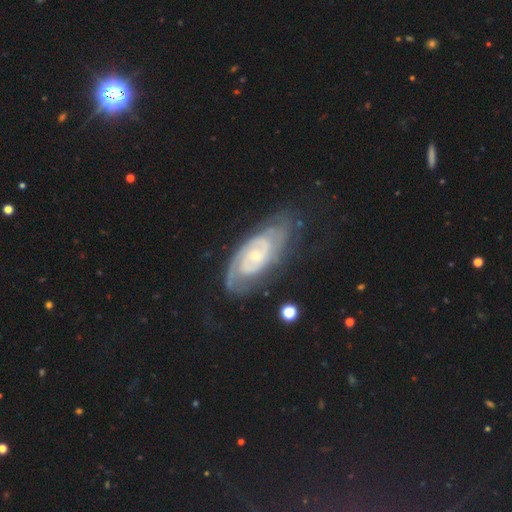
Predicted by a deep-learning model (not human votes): A featured or disk galaxy (88%) with no bar (60%), 2 (65%) tight (69%) spiral arms (97%) and a small central bulge (64%).

Vote fractions:
- Smooth or featured? featured or disk: 88% / smooth: 7% / star or artifact: 5%
- Edge-on disk? no: 95% / yes: 5%
- Bar? no: 60% / weak: 32% / strong: 8%
- Spiral arms? yes: 97% / no: 3%
- Spiral winding? tight: 69% / medium: 26% / loose: 5%
- Spiral arm count? 2: 65% / can't tell: 17% / 3: 8% / 1: 4% / 4: 3% / more than 4: 3%
- Bulge size? small: 64% / moderate: 29% / none: 4% / large: 2% / dominant: 1%
- Merging? none: 69% / minor disturbance: 20% / major disturbance: 9% / merger: 2%